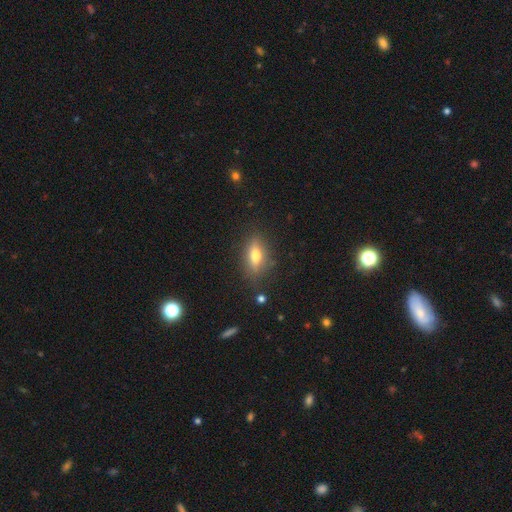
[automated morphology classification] The model was most divided on "smooth or featured": smooth: 65%, featured or disk: 25%, star or artifact: 9%. More confident: merging — none (79%); how rounded — in between (74%).